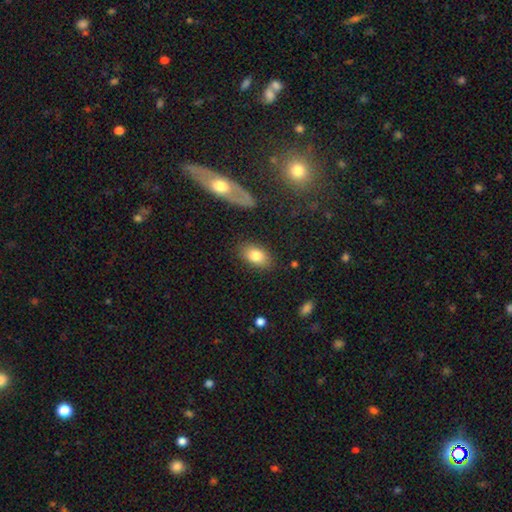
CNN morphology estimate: This appears to be a smooth galaxy with no disk features (80%) that is in between round and cigar-shaped (88%). Merging: none (85%).